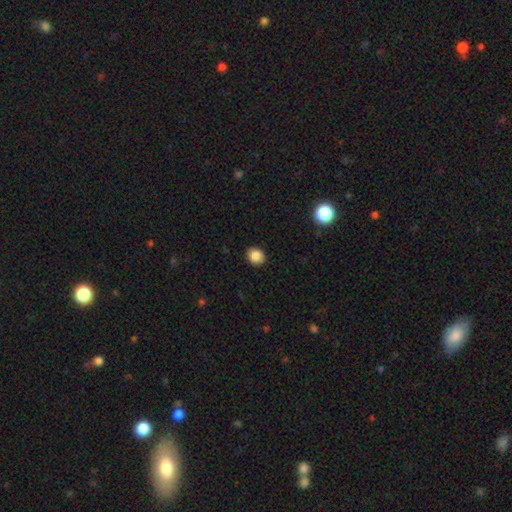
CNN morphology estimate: The model was most divided on "how rounded": round: 71%, in between: 28%, cigar-shaped: 1%. More confident: merging — none (90%); smooth or featured — smooth (86%).